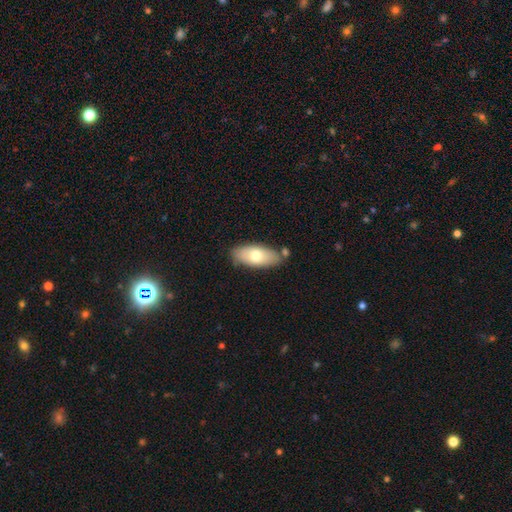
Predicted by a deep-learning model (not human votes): smooth_or_featured: smooth (p=0.70) [alt: featured or disk p=0.24]
how_rounded: in between (p=0.85) [alt: cigar-shaped p=0.12]
merging: none (p=0.72) [alt: minor disturbance p=0.15]